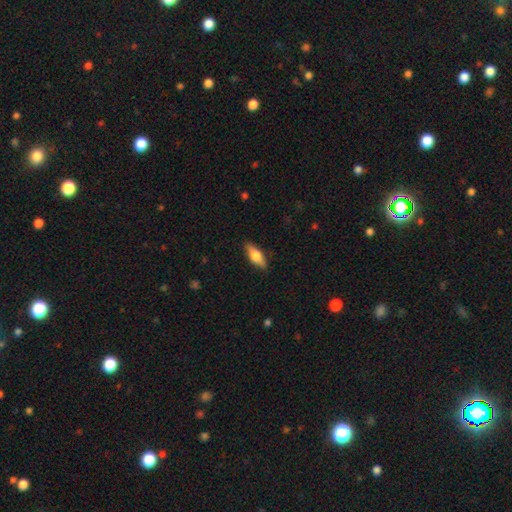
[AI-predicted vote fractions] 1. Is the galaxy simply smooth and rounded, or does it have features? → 57% smooth, 37% featured or disk, 6% star or artifact.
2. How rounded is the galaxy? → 68% in between, 29% cigar-shaped, 3% round.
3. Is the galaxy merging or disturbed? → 87% none, 10% minor disturbance, 2% major disturbance, 1% merger.